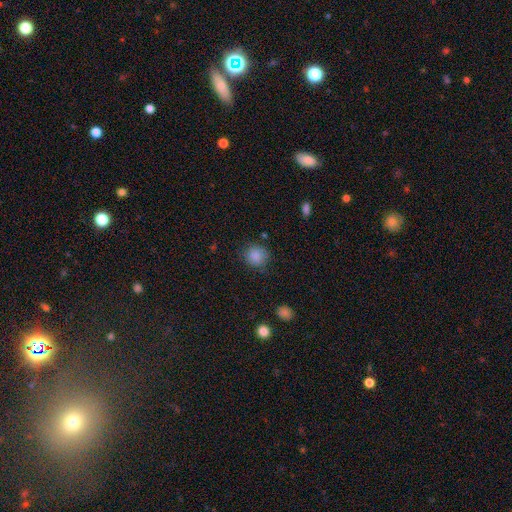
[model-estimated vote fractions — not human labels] Overall: smooth (86%). How rounded: round (86%). Merging: none (81%).